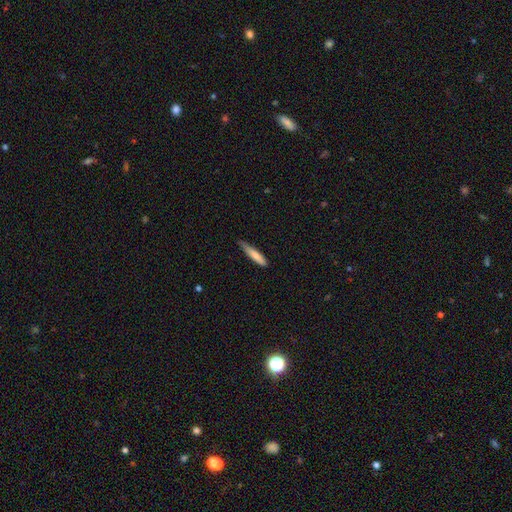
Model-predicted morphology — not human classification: The model was most divided on "merging": none: 66%, minor disturbance: 28%, major disturbance: 4%, merger: 2%. More confident: how rounded — cigar-shaped (88%); smooth or featured — smooth (77%).